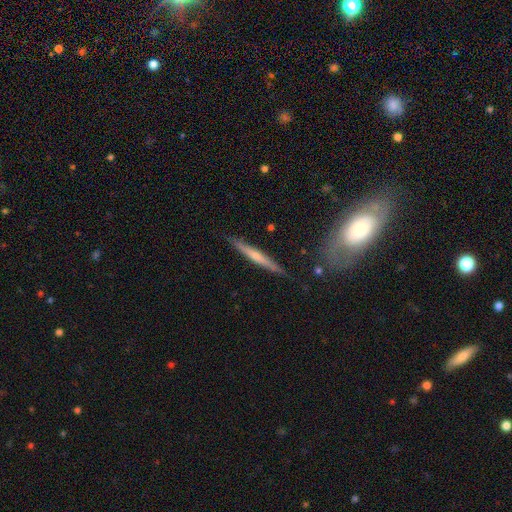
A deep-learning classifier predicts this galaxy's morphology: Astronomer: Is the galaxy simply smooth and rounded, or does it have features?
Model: featured or disk — 56% (runner-up: smooth, 38%).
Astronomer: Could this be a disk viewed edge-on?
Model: yes — 95%.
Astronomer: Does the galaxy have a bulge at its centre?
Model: rounded — 51% (runner-up: none, 42%).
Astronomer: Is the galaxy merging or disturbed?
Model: none — 84%.